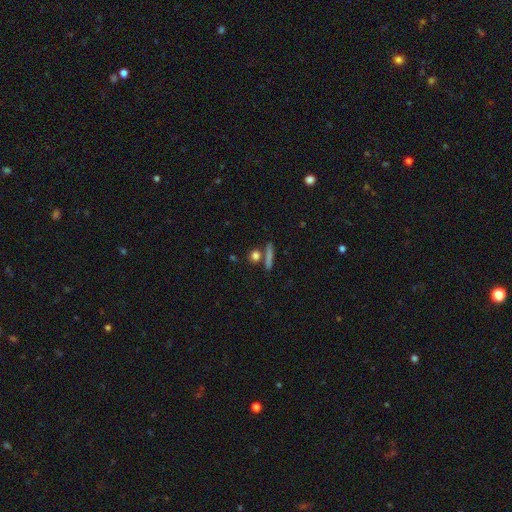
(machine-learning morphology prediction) smooth 78%, featured or disk 11%, star or artifact 11%. Down the decision tree: how rounded — round (53%); merging — none (73%).